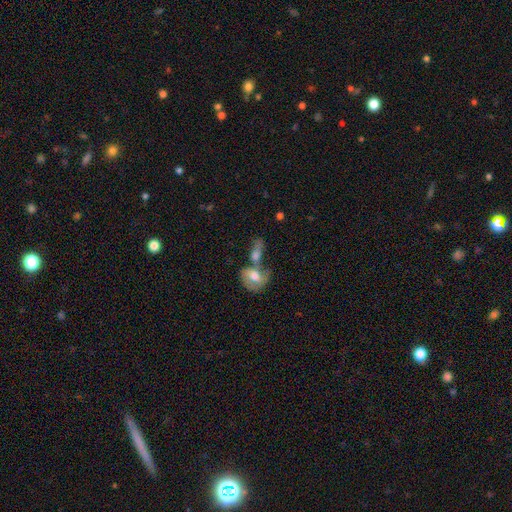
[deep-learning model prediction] smooth 46%, featured or disk 43%, star or artifact 11%. Down the decision tree: merging — merger (51%).